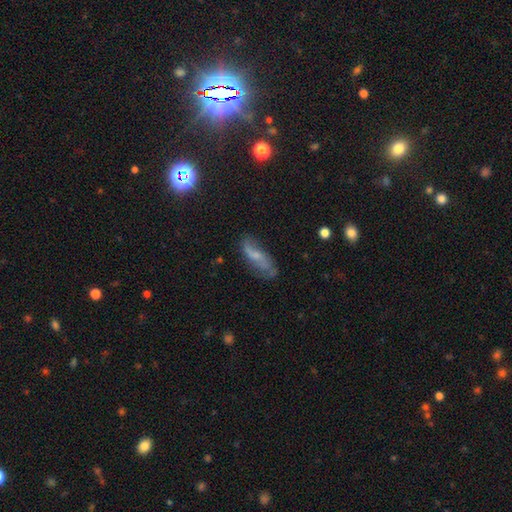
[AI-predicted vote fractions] A featured or disk galaxy (51%).

Vote fractions:
- Smooth or featured? featured or disk: 51% / smooth: 38% / star or artifact: 11%
- Edge-on disk? no: 79% / yes: 21%
- Merging? none: 62% / minor disturbance: 25% / major disturbance: 10% / merger: 3%